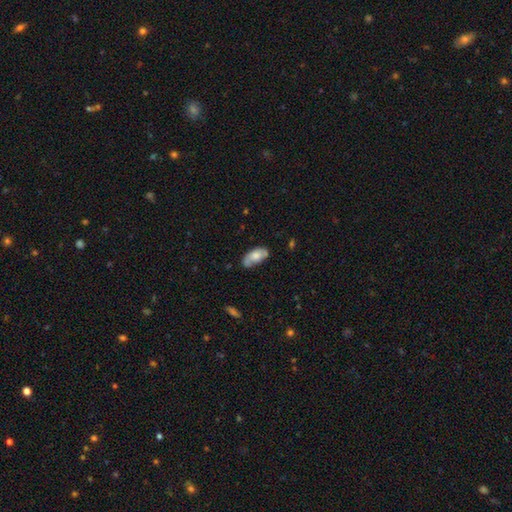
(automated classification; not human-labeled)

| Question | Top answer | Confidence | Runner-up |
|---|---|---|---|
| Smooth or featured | smooth | 59% | featured or disk (35%) |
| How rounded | in between | 90% | cigar-shaped (7%) |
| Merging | none | 61% | minor disturbance (27%) |